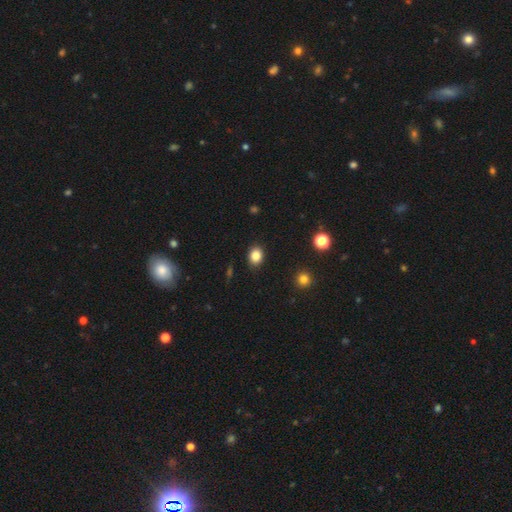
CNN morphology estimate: The model was most divided on "how rounded": round: 51%, in between: 48%, cigar-shaped: 1%. More confident: merging — none (89%); smooth or featured — smooth (85%).